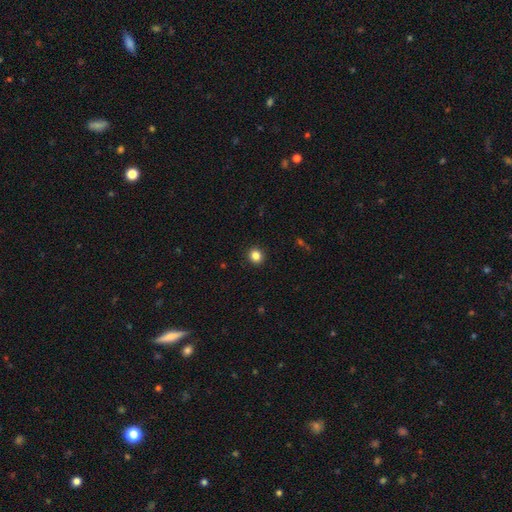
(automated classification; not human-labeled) Smooth or featured: smooth — 84% (star or artifact — 12%)
How rounded: round — 87% (in between — 12%)
Merging: none — 92% (minor disturbance — 5%)